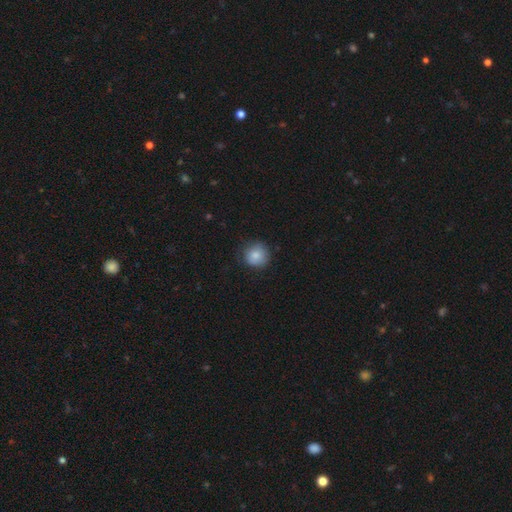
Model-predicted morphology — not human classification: This is clearly a smooth galaxy (82%). How rounded: clearly round (90%). Merging: likely none (75%).